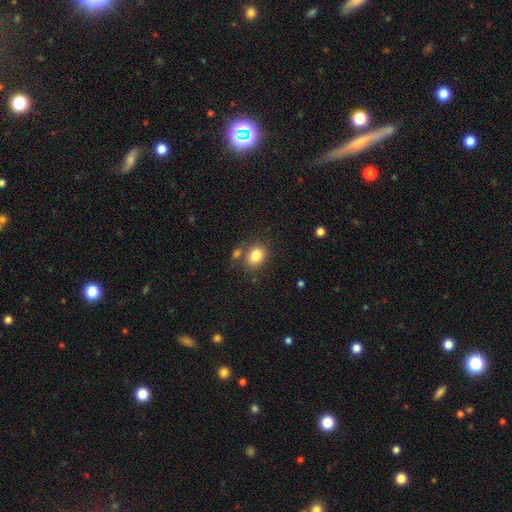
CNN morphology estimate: Smooth or featured: smooth — 83% (star or artifact — 9%)
How rounded: in between — 58% (round — 41%)
Merging: none — 67% (merger — 16%)